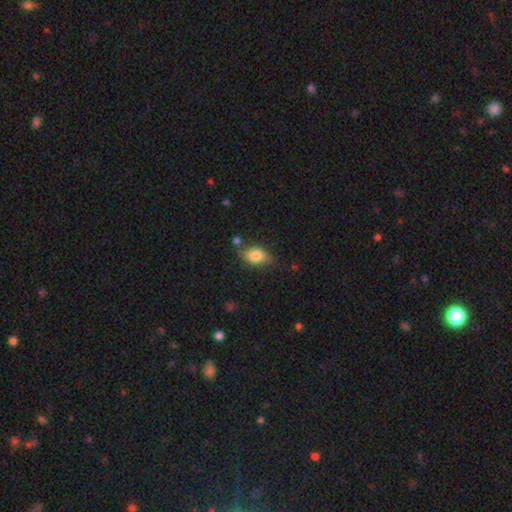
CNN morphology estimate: This appears to be a smooth galaxy with no disk features (75%) that is in between round and cigar-shaped (78%). Merging: none (69%).